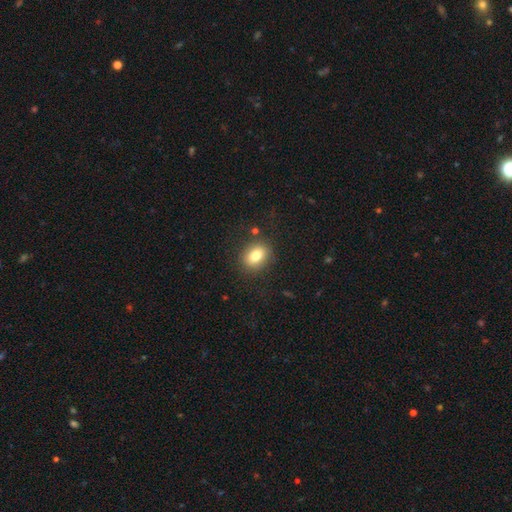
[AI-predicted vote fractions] Smooth or featured: smooth — 80% (star or artifact — 10%)
How rounded: in between — 57% (round — 42%)
Merging: none — 85% (minor disturbance — 10%)